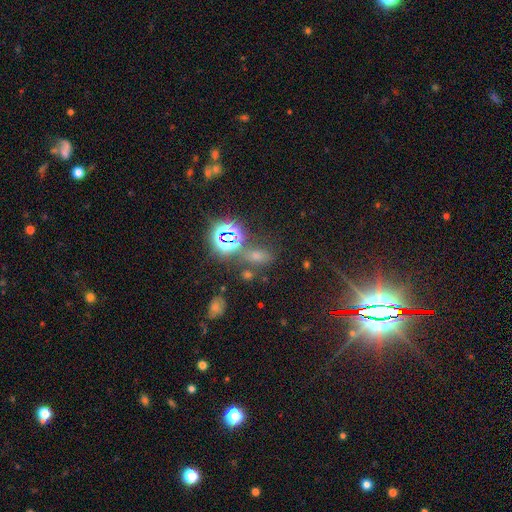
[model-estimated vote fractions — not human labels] A star or artifact, not a galaxy (59%).